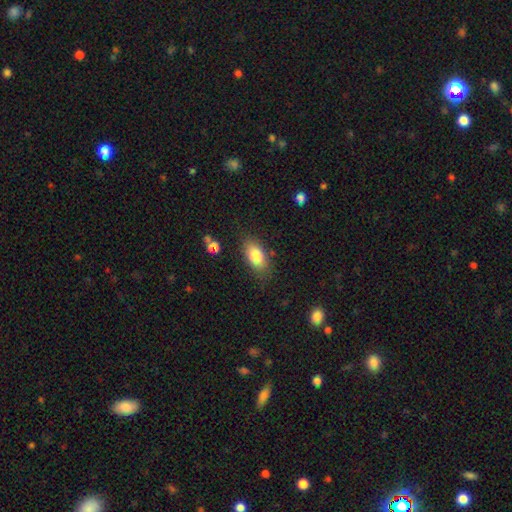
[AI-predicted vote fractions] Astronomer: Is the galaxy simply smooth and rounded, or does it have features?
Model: smooth — 82%.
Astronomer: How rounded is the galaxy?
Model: in between — 90%.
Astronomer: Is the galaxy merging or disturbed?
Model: none — 80%.